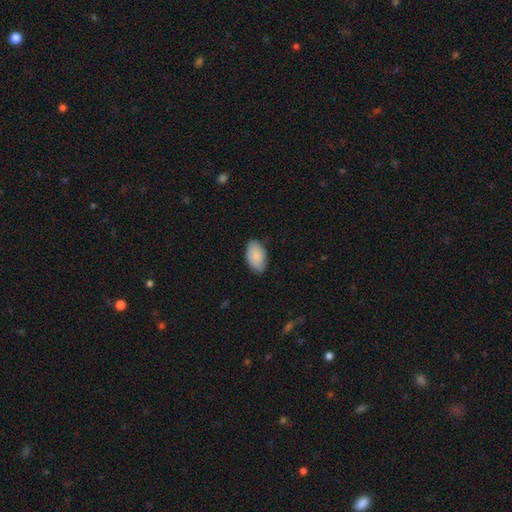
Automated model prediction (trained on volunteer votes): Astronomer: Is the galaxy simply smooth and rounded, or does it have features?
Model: smooth — 87%.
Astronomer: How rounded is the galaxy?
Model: in between — 94%.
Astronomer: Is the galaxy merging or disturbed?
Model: none — 79%.